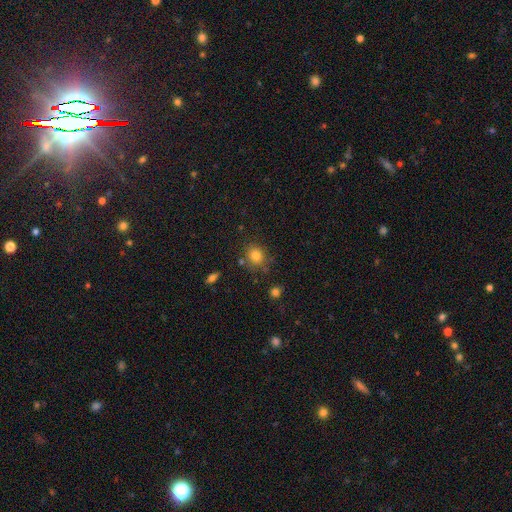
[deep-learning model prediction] Smooth or featured: smooth — 81% (star or artifact — 12%)
How rounded: round — 73% (in between — 26%)
Merging: none — 76% (minor disturbance — 13%)